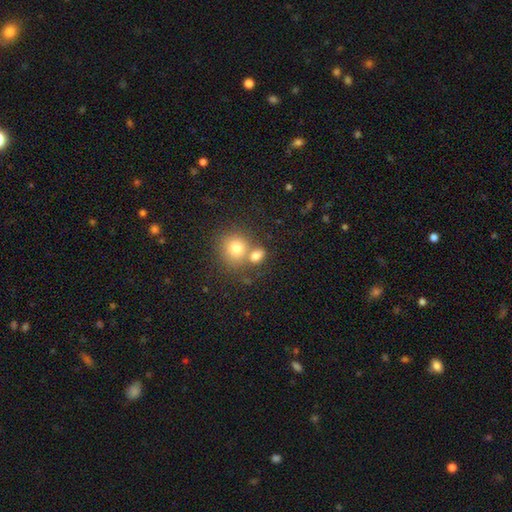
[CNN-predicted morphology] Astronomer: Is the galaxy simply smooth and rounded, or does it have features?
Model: smooth — 78%.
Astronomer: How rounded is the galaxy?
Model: in between — 55% (runner-up: round, 44%).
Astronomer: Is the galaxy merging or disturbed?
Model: merger — 46% (runner-up: none, 40%).